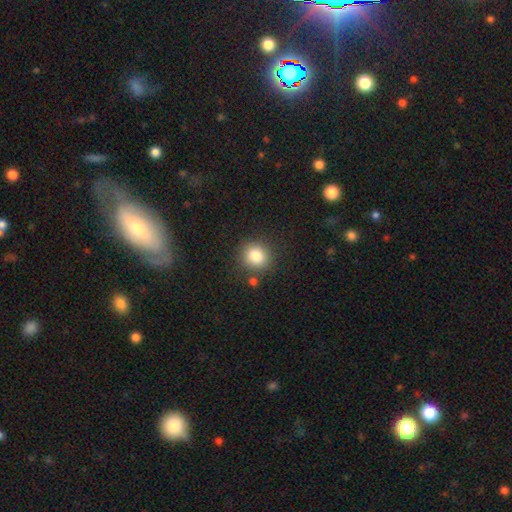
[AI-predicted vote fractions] smooth_or_featured: smooth (p=0.82) [alt: star or artifact p=0.11]
how_rounded: round (p=0.85) [alt: in between p=0.14]
merging: none (p=0.84) [alt: minor disturbance p=0.09]